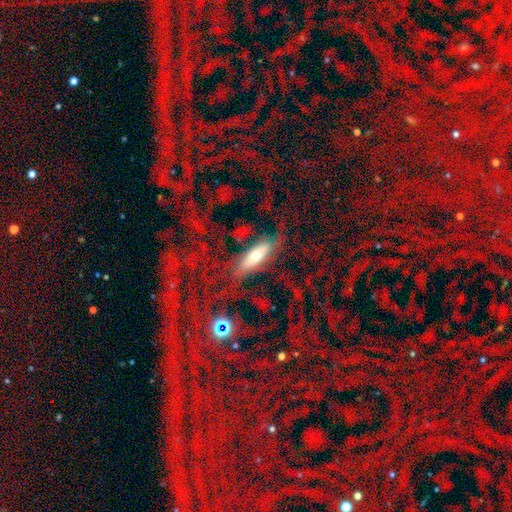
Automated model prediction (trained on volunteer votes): Smooth or featured? Predicted: featured or disk (p=0.55). Edge-on disk? Predicted: no (p=0.65). Merging? Predicted: none (p=0.58).